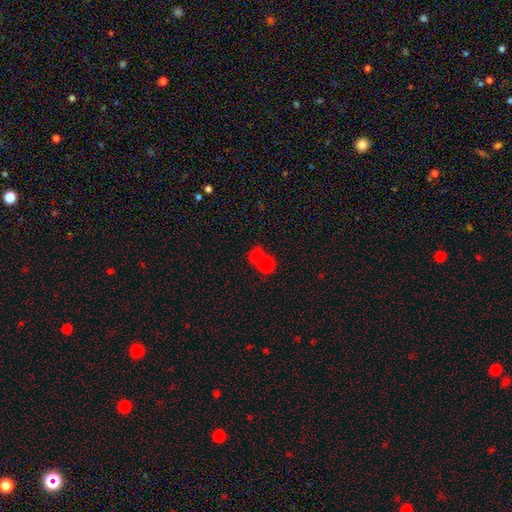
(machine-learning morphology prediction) Smooth or featured: smooth — 79% (star or artifact — 13%)
How rounded: round — 76% (in between — 23%)
Merging: merger — 46% (none — 41%)